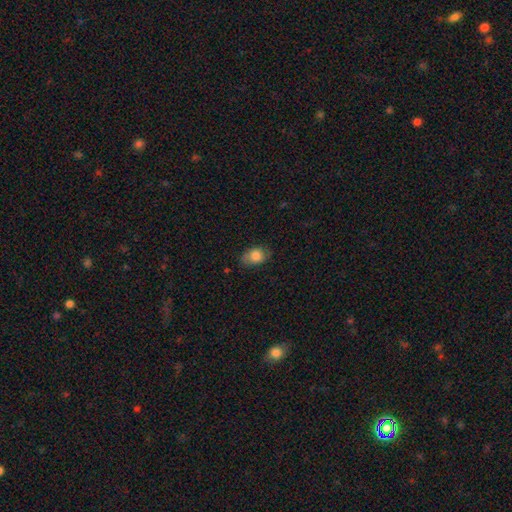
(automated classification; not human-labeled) Smooth or featured: smooth — 81% (featured or disk — 11%)
How rounded: in between — 82% (round — 17%)
Merging: none — 73% (minor disturbance — 21%)